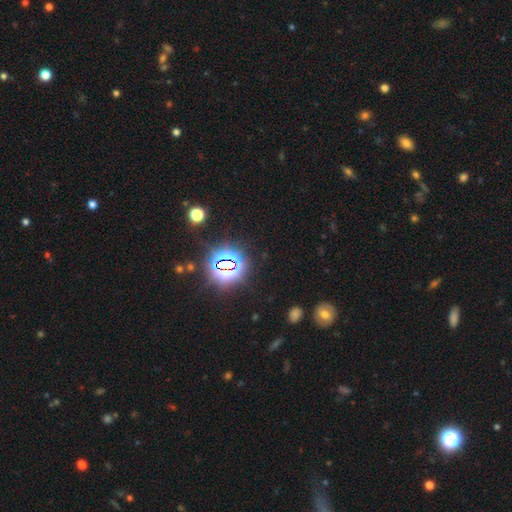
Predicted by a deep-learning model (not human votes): A star or artifact, not a galaxy (78%).